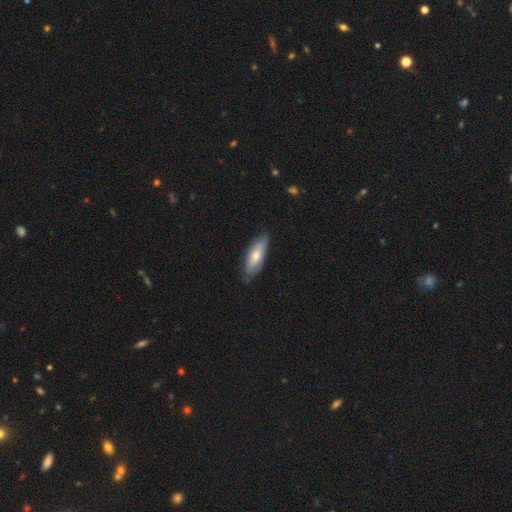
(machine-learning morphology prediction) This appears to be a smooth galaxy with no disk features (64%) that is in between round and cigar-shaped (66%). Merging: none (72%).